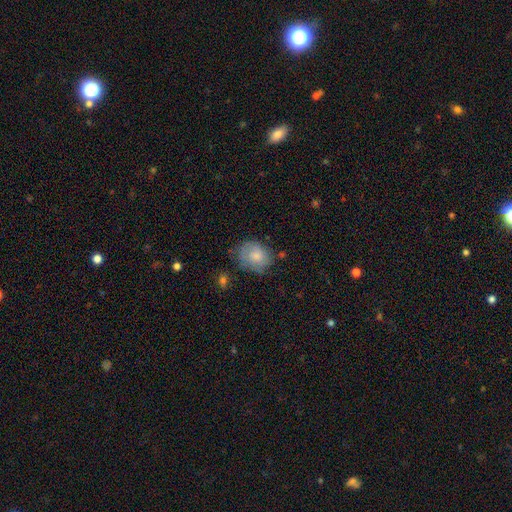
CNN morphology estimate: The model was most divided on "how rounded": round: 56%, in between: 43%, cigar-shaped: 1%. More confident: smooth or featured — smooth (70%); merging — none (58%).